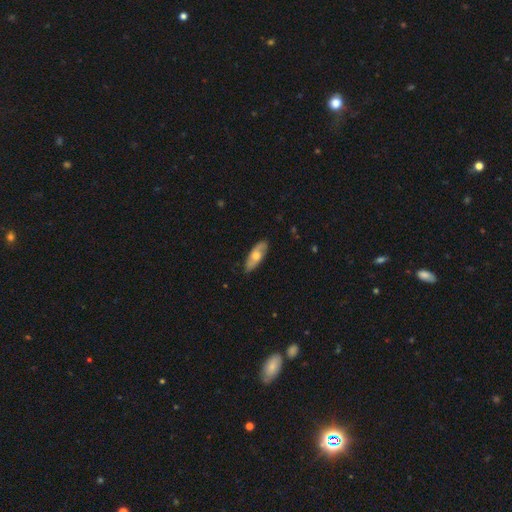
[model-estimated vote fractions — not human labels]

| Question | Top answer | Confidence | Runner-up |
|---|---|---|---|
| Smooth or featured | smooth | 54% | featured or disk (41%) |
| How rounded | in between | 69% | cigar-shaped (28%) |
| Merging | none | 84% | minor disturbance (13%) |